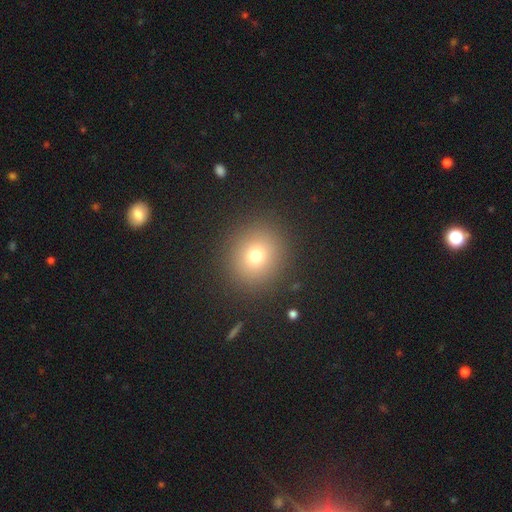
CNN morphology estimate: A smooth galaxy with no disk features (74%) that is round (85%).

Vote fractions:
- Smooth or featured? smooth: 74% / star or artifact: 16% / featured or disk: 10%
- How rounded? round: 85% / in between: 14% / cigar-shaped: 1%
- Merging? none: 90% / minor disturbance: 6% / major disturbance: 3% / merger: 1%